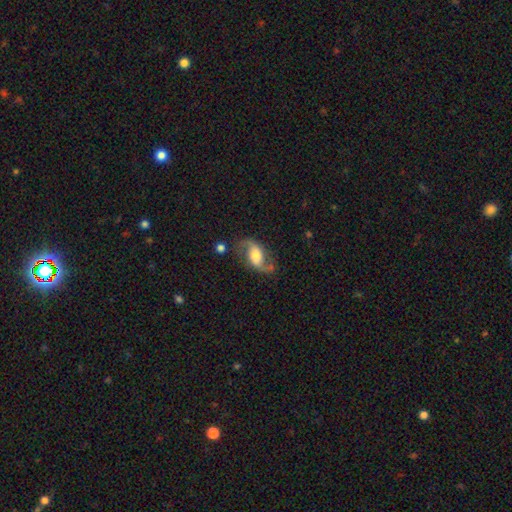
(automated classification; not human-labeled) A featured or disk galaxy (78%) with no bar (43%), 2 (92%) loose (67%) spiral arms (93%) and a moderate central bulge (46%).

Vote fractions:
- Smooth or featured? featured or disk: 78% / smooth: 15% / star or artifact: 7%
- Edge-on disk? no: 96% / yes: 4%
- Bar? no: 43% / weak: 38% / strong: 19%
- Spiral arms? yes: 93% / no: 7%
- Spiral winding? loose: 67% / medium: 27% / tight: 6%
- Spiral arm count? 2: 92% / 1: 3% / can't tell: 2% / 3: 1% / 4: 1% / more than 4: 1%
- Bulge size? moderate: 46% / large: 30% / small: 16% / dominant: 5% / none: 4%
- Merging? none: 67% / minor disturbance: 17% / major disturbance: 11% / merger: 5%